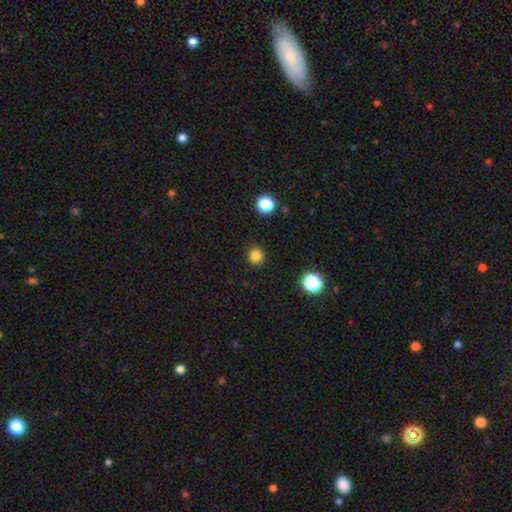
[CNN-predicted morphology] A smooth galaxy with no disk features (82%) that is round (88%). Merging: none (91%).